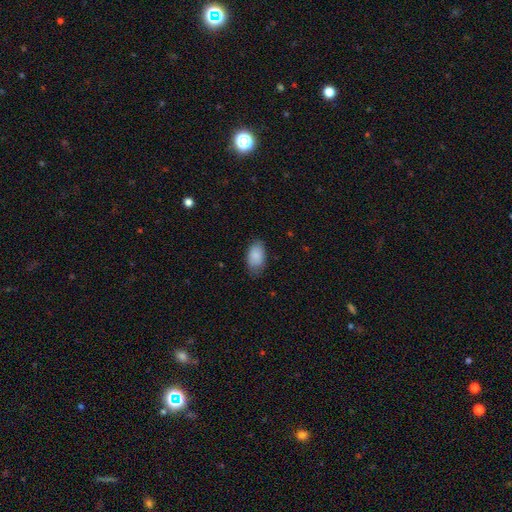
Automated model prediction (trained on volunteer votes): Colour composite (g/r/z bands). It shows a smooth galaxy with no disk features (89%) that is in between round and cigar-shaped (93%). Merging: none (76%).